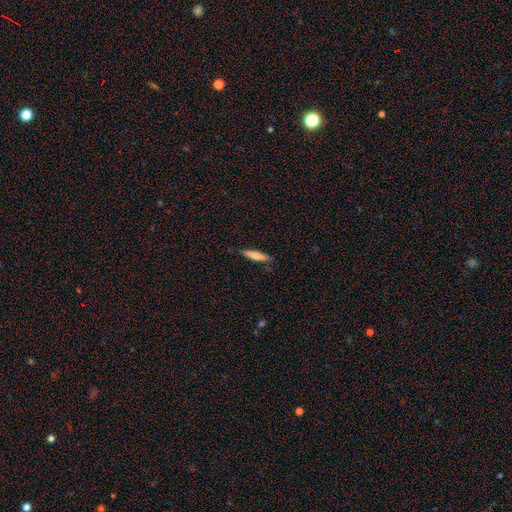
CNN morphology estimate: This is likely a smooth galaxy (72%). How rounded: clearly cigar-shaped (86%). Merging: clearly none (84%).